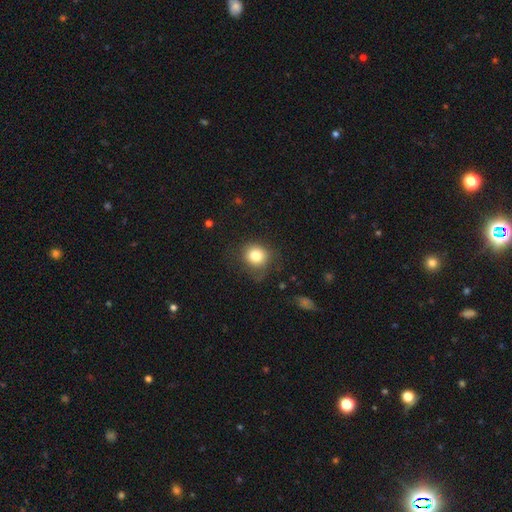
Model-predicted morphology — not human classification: smooth-or-featured: smooth: 80% | star or artifact: 11% | featured or disk: 9%
  how-rounded: round: 84% | in between: 15% | cigar-shaped: 1%
  merging: none: 70% | minor disturbance: 20% | major disturbance: 8% | merger: 2%